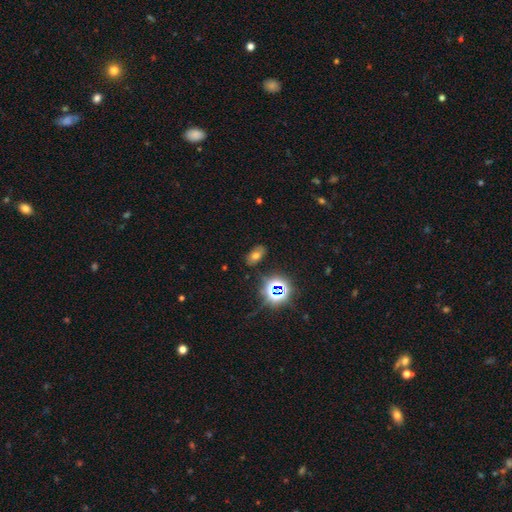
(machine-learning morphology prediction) smooth 56%, star or artifact 28%, featured or disk 16%. Down the decision tree: how rounded — in between (88%); merging — none (82%).